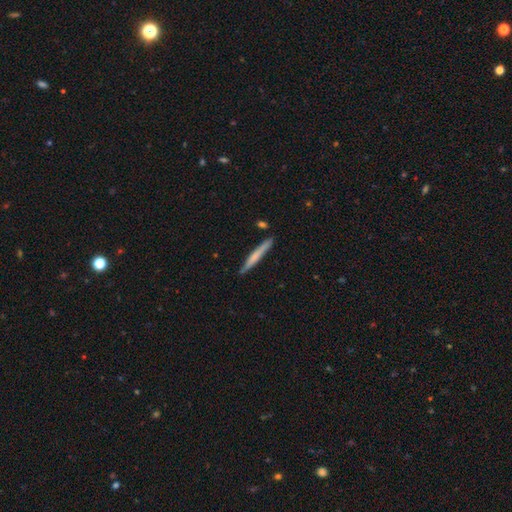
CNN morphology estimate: smooth_or_featured: smooth (p=0.60) [alt: featured or disk p=0.35]
how_rounded: cigar-shaped (p=0.96) [alt: in between p=0.03]
merging: none (p=0.87) [alt: minor disturbance p=0.09]